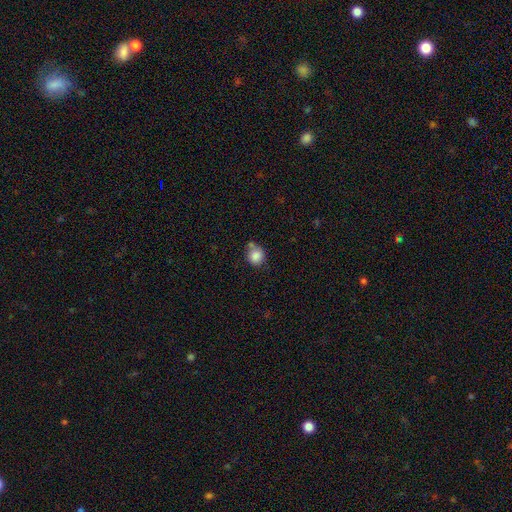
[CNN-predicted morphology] A smooth galaxy with no disk features (85%) that is round (81%).

Vote fractions:
- Smooth or featured? smooth: 85% / star or artifact: 9% / featured or disk: 6%
- How rounded? round: 81% / in between: 18% / cigar-shaped: 1%
- Merging? none: 52% / minor disturbance: 25% / merger: 16% / major disturbance: 7%